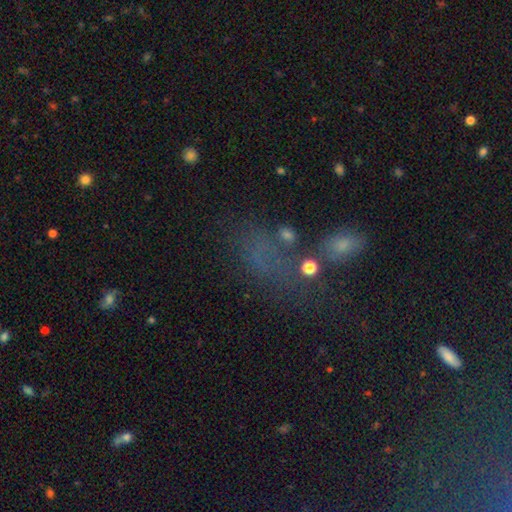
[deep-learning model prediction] A star or artifact, not a galaxy (47%).